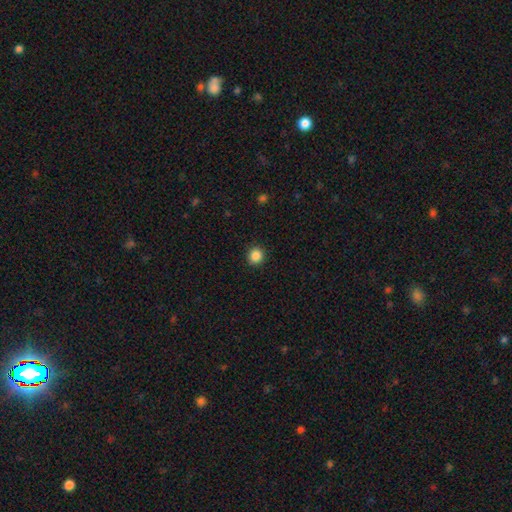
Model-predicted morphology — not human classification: Smooth or featured?
  - smooth: 86% *
  - star or artifact: 10%
  - featured or disk: 3%
How rounded?
  - round: 89% *
  - in between: 10%
  - cigar-shaped: 1%
Merging?
  - none: 92% *
  - minor disturbance: 5%
  - major disturbance: 2%
  - merger: 1%